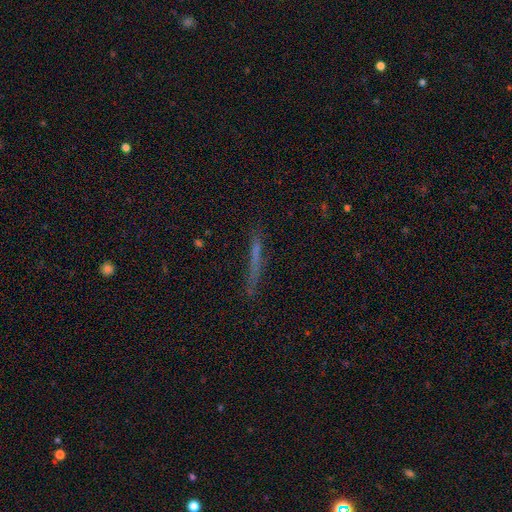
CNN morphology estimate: Smooth or featured? Predicted: smooth (p=0.55). How rounded? Predicted: cigar-shaped (p=0.94). Merging? Predicted: none (p=0.75).